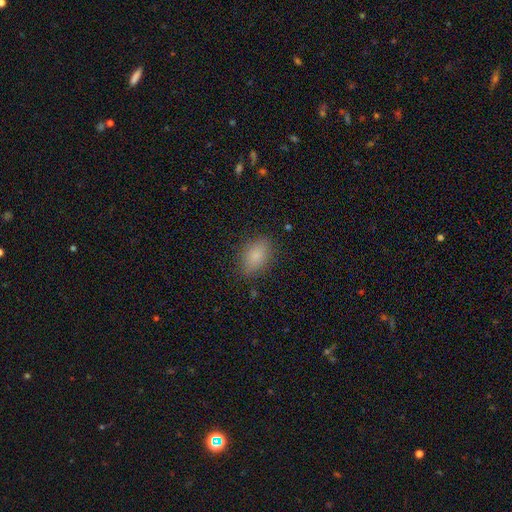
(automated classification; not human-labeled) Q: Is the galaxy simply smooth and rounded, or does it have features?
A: smooth — 82%.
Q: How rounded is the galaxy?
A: in between — 87%.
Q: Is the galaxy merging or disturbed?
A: none — 83%.